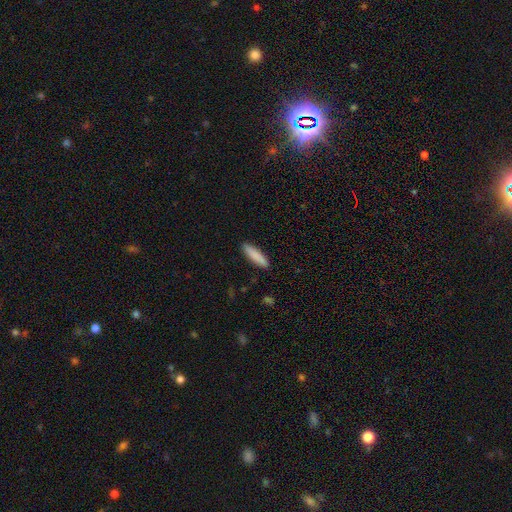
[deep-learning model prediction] Smooth or featured? smooth (87%)
How rounded? cigar-shaped (77%)
Merging? none (91%)